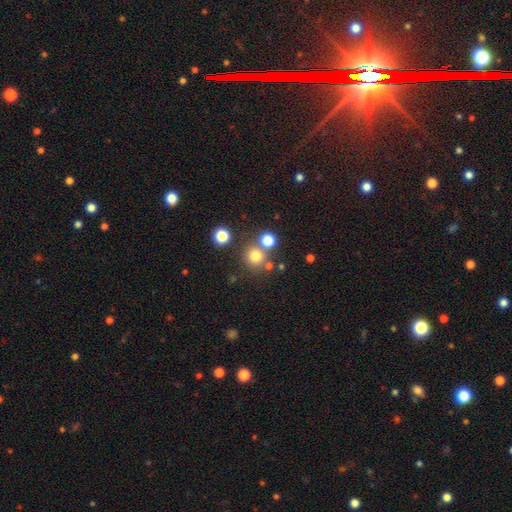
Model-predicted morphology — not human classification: Smooth or featured: smooth — 74% (star or artifact — 18%)
How rounded: round — 92% (in between — 7%)
Merging: none — 72% (merger — 17%)